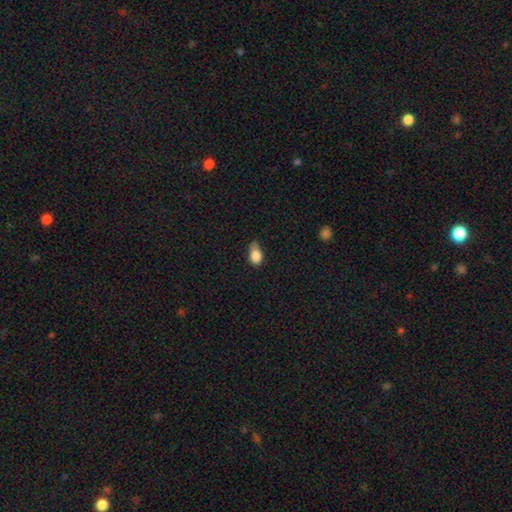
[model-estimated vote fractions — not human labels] smooth-or-featured: smooth: 84% | star or artifact: 8% | featured or disk: 7%
  how-rounded: in between: 80% | round: 18% | cigar-shaped: 2%
  merging: minor disturbance: 49% | none: 35% | major disturbance: 13% | merger: 3%